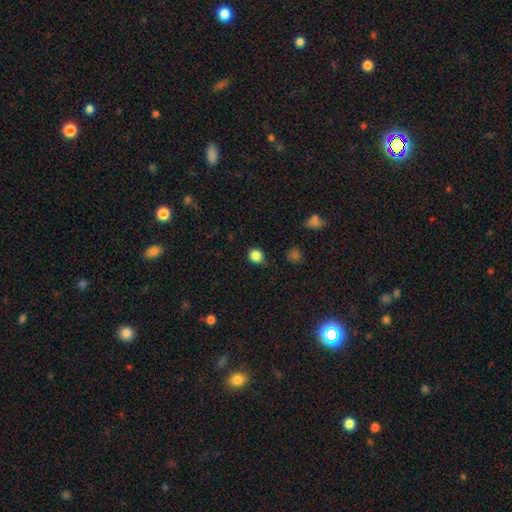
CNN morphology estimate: This appears to be a smooth galaxy with no disk features (84%) that is round (86%). Merging: none (75%).